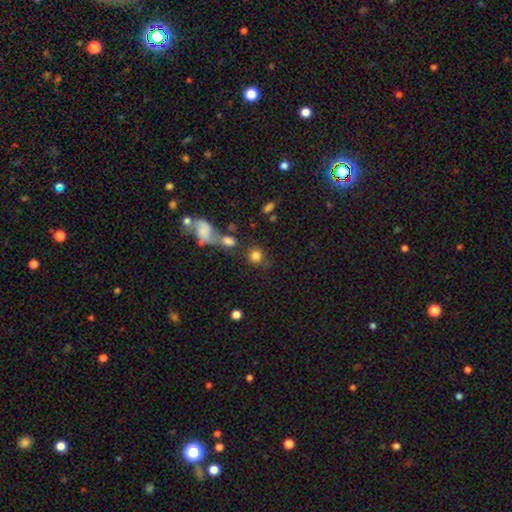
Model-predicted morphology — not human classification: A smooth galaxy with no disk features (82%) that is round (84%). Merging: none (63%).